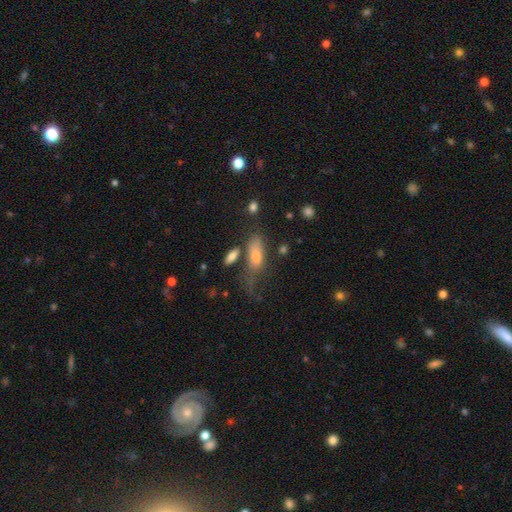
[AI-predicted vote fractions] This appears to be a smooth galaxy with no disk features (69%) that is in between round and cigar-shaped (75%). Merging: none (39%).